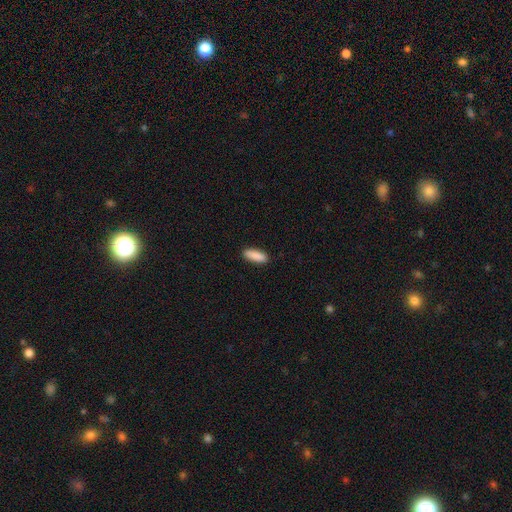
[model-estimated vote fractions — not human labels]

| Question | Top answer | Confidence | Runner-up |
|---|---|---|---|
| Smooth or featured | smooth | 90% | star or artifact (6%) |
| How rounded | in between | 61% | cigar-shaped (38%) |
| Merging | none | 89% | minor disturbance (8%) |